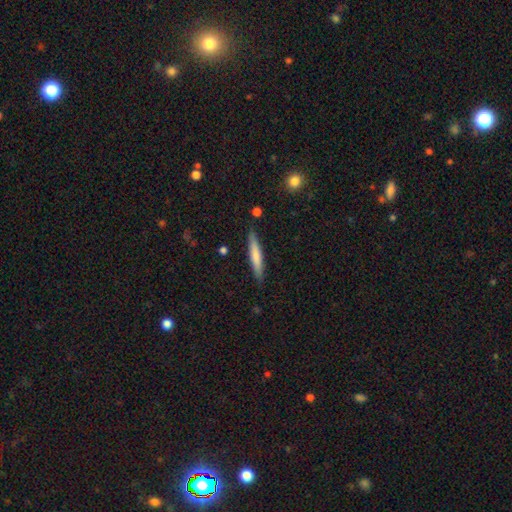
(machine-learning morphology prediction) A smooth galaxy with no disk features (70%) that is cigar-shaped (92%).

Vote fractions:
- Smooth or featured? smooth: 70% / featured or disk: 24% / star or artifact: 5%
- How rounded? cigar-shaped: 92% / in between: 7% / round: 1%
- Merging? none: 87% / minor disturbance: 9% / major disturbance: 2% / merger: 2%